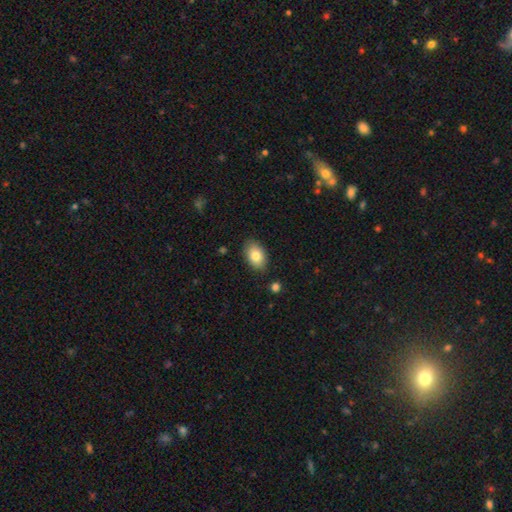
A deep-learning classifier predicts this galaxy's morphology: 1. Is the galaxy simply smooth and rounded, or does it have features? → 83% smooth, 10% featured or disk, 7% star or artifact.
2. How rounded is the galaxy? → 89% in between, 9% round, 1% cigar-shaped.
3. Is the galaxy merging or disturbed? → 85% none, 11% minor disturbance, 2% major disturbance, 2% merger.